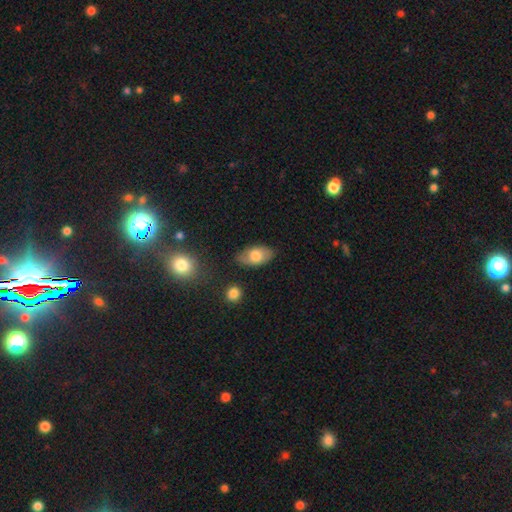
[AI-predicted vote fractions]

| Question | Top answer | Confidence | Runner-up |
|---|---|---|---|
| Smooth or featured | smooth | 68% | featured or disk (25%) |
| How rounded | in between | 92% | round (5%) |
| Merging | none | 76% | minor disturbance (18%) |